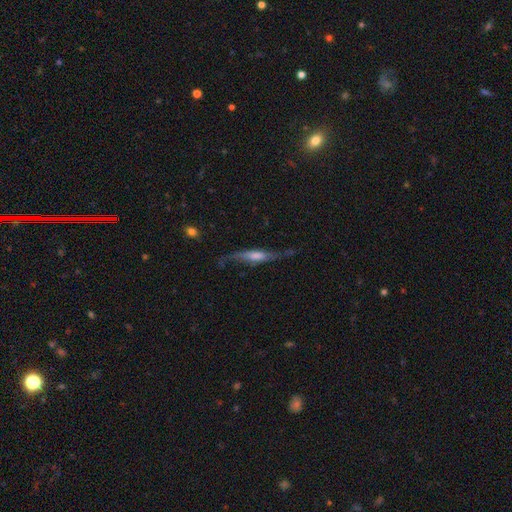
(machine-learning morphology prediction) type=featured or disk (61%); edge-on=yes (66%); merging=none (57%).